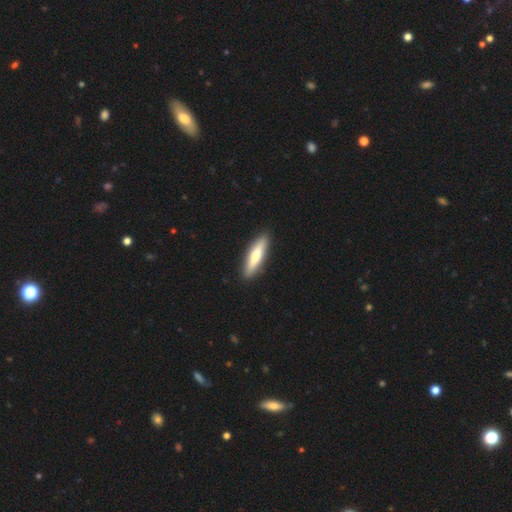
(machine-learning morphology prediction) Smooth or featured? Predicted: smooth (p=0.62). How rounded? Predicted: cigar-shaped (p=0.75). Merging? Predicted: none (p=0.91).